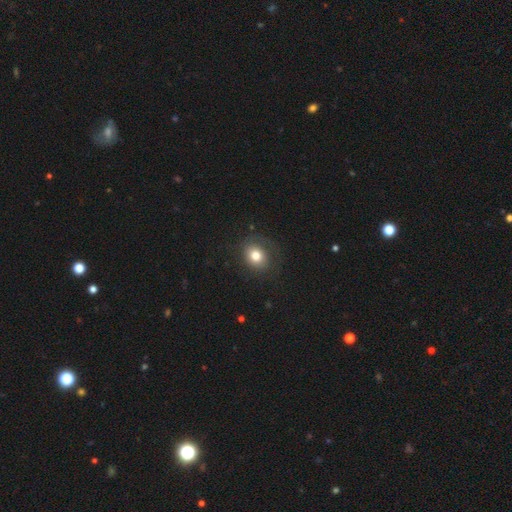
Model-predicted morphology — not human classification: Smooth or featured?
  - smooth: 74% *
  - featured or disk: 16%
  - star or artifact: 10%
How rounded?
  - round: 62% *
  - in between: 37%
  - cigar-shaped: 1%
Merging?
  - none: 72% *
  - minor disturbance: 16%
  - major disturbance: 10%
  - merger: 1%